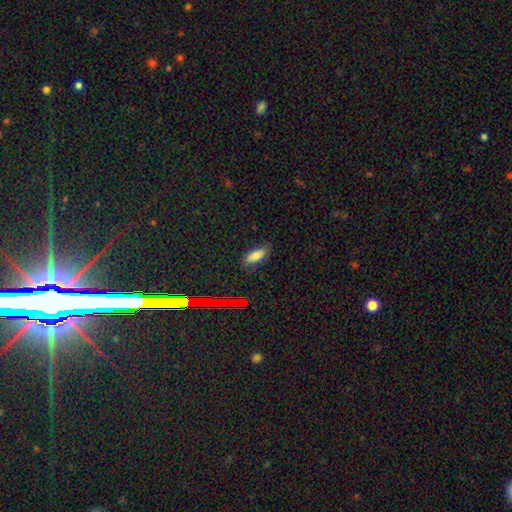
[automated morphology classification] smooth 75%, star or artifact 14%, featured or disk 11%. Down the decision tree: how rounded — in between (81%); merging — none (76%).